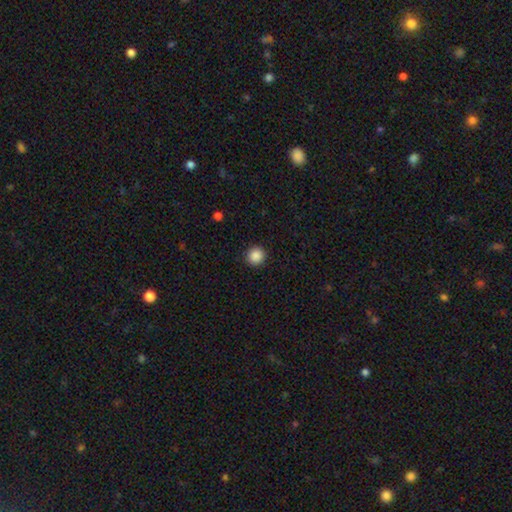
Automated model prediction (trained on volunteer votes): Morphology: type=smooth (88%); roundness=round (94%); merging=none (92%).